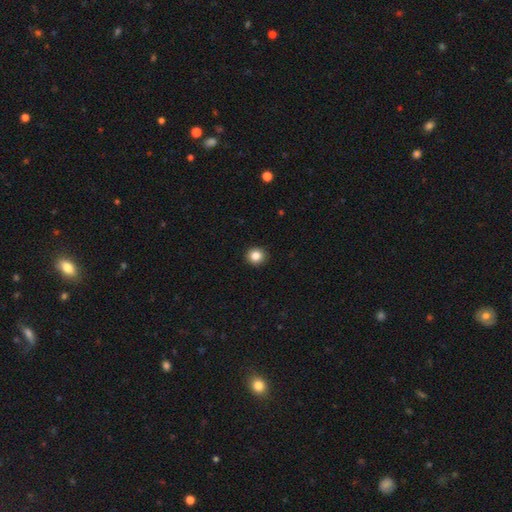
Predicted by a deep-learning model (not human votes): Morphology: type=smooth (85%); roundness=round (91%); merging=none (93%).